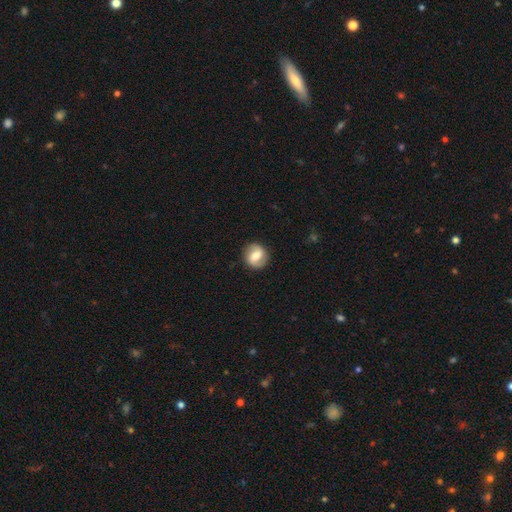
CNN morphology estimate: This is possibly a featured or disk galaxy (50%). It is clearly not viewed edge-on (96%). Merging: clearly none (87%).